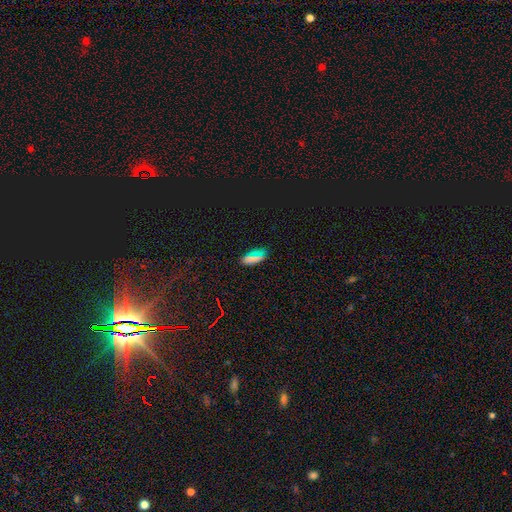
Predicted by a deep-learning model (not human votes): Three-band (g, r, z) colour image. It shows a smooth galaxy with no disk features (63%) that is in between round and cigar-shaped (78%). Merging: none (85%).